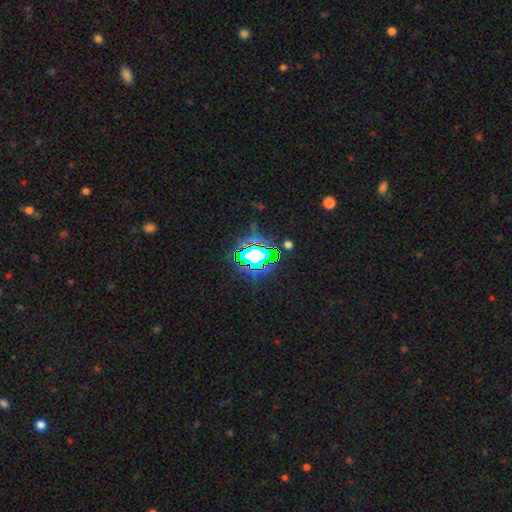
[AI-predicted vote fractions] Overall: star or artifact (70%).